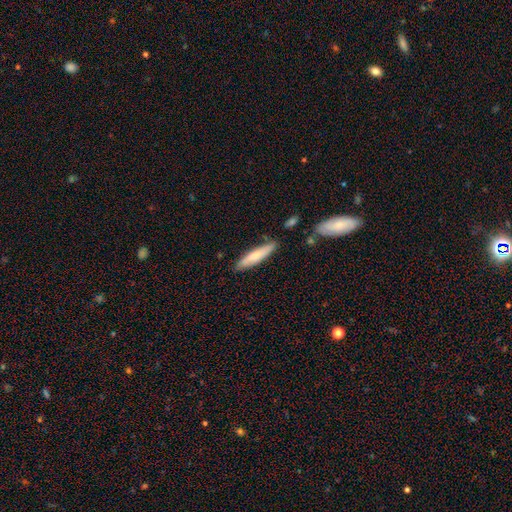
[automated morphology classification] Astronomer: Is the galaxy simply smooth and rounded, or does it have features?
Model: smooth — 74%.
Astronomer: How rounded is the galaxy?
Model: cigar-shaped — 83%.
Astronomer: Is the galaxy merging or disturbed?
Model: none — 81%.